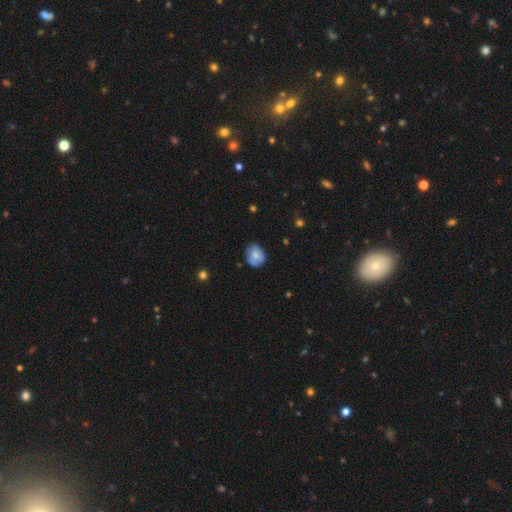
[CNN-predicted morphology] This is likely a smooth galaxy (71%). How rounded: possibly round (54%). Merging: likely none (62%).